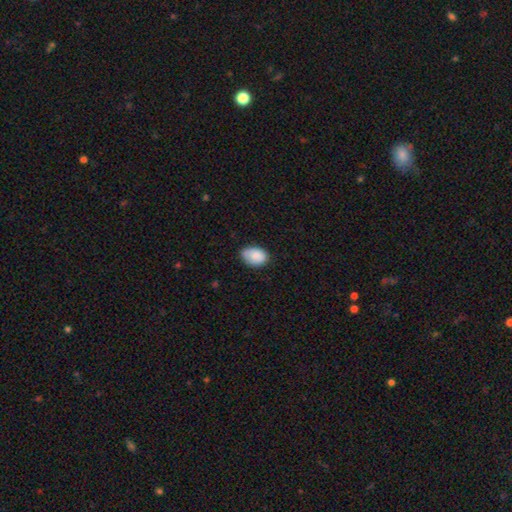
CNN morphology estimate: smooth_or_featured: smooth (p=0.83) [alt: featured or disk p=0.09]
how_rounded: in between (p=0.82) [alt: round p=0.17]
merging: none (p=0.67) [alt: minor disturbance p=0.28]